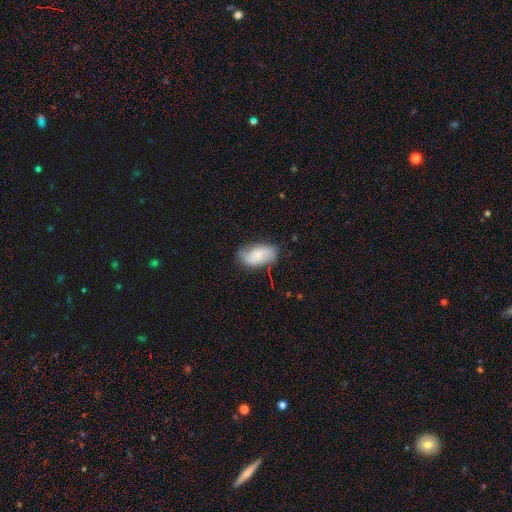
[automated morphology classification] This is possibly a smooth galaxy (54%). How rounded: clearly in between (92%). Merging: likely none (68%).